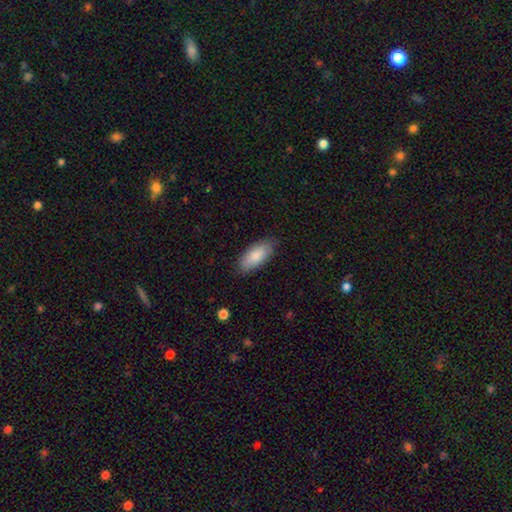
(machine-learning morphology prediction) The model was most divided on "merging": none: 81%, minor disturbance: 15%, major disturbance: 3%, merger: 1%. More confident: how rounded — in between (88%); smooth or featured — smooth (84%).